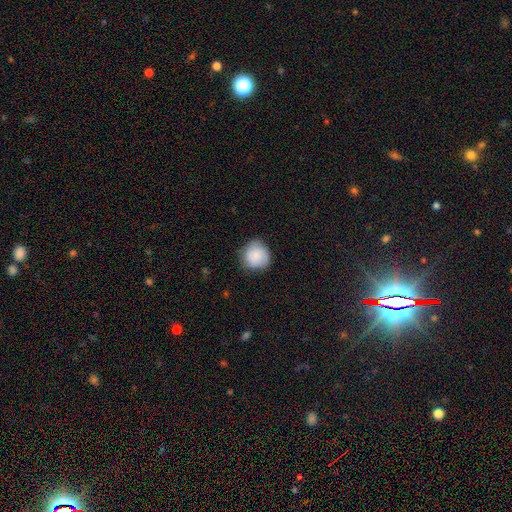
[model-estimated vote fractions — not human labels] A smooth galaxy with no disk features (84%) that is round (90%). Merging: none (76%).